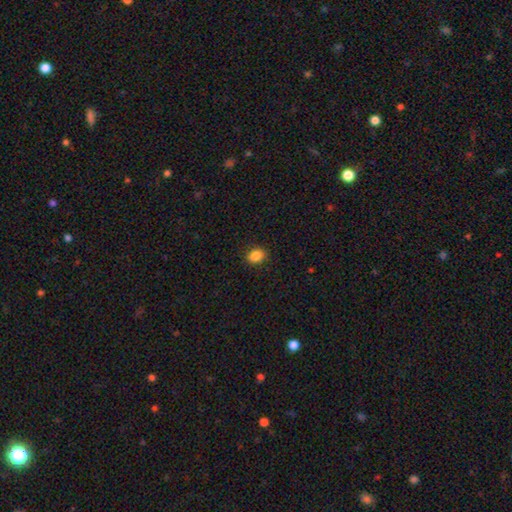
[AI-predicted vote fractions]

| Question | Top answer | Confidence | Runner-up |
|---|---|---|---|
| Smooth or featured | smooth | 87% | star or artifact (10%) |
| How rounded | round | 54% | in between (45%) |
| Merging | none | 89% | minor disturbance (8%) |